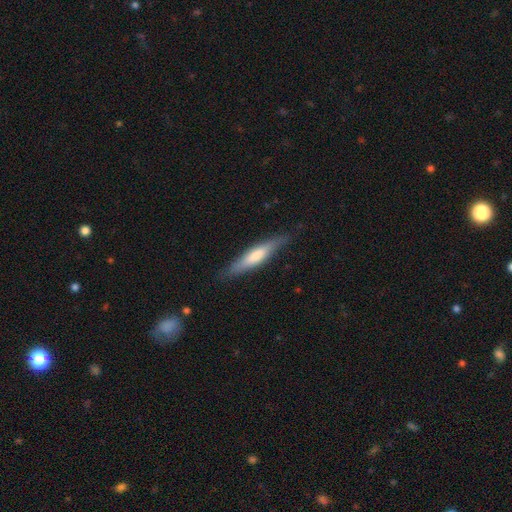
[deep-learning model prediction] The model was most divided on "smooth or featured": smooth: 56%, featured or disk: 39%, star or artifact: 5%. More confident: how rounded — cigar-shaped (84%); merging — none (84%).